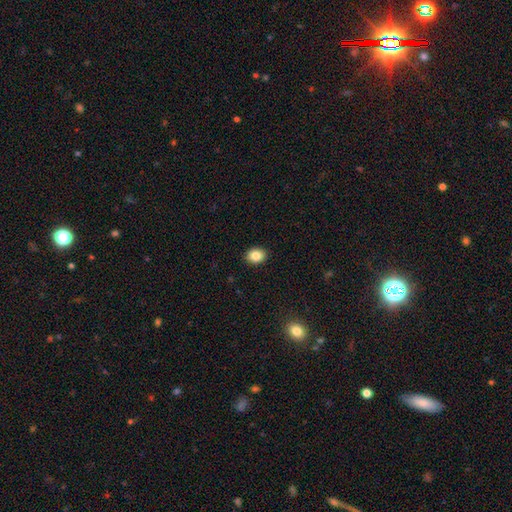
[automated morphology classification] Overall: smooth (85%). How rounded: in between (54%; round 46%). Merging: none (91%).